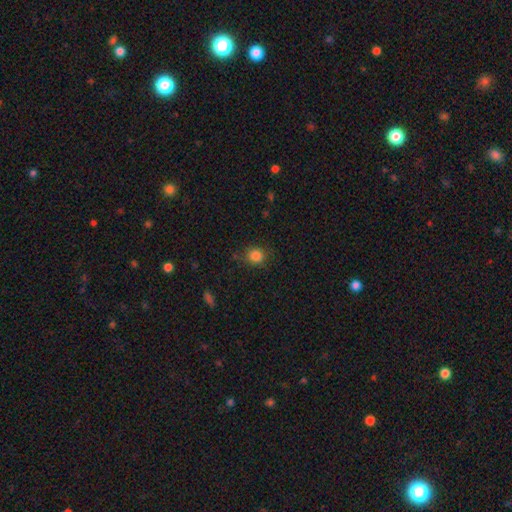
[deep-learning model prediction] Overall: smooth (84%). How rounded: round (82%). Merging: none (83%).